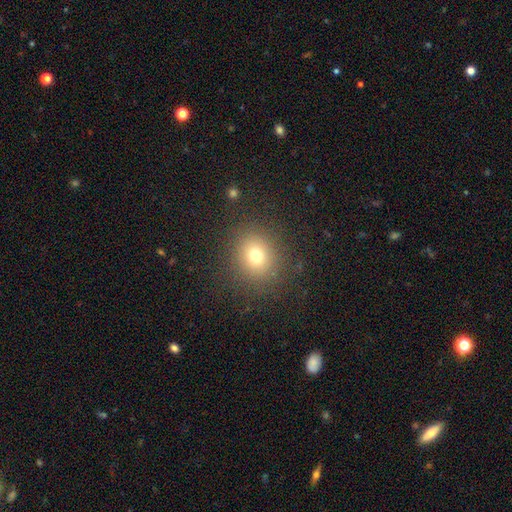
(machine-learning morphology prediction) Smooth or featured?
  - smooth: 73% *
  - star or artifact: 17%
  - featured or disk: 11%
How rounded?
  - round: 80% *
  - in between: 19%
  - cigar-shaped: 1%
Merging?
  - none: 86% *
  - minor disturbance: 8%
  - major disturbance: 5%
  - merger: 1%